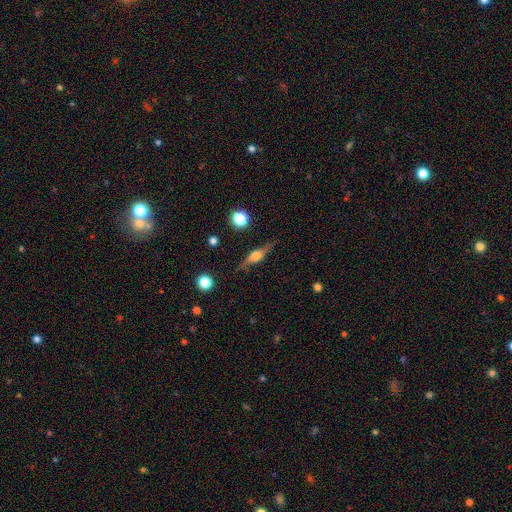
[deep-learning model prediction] Smooth or featured? Predicted: featured or disk (p=0.70). Edge-on disk? Predicted: yes (p=0.95). Edge-on bulge? Predicted: rounded (p=0.85). Merging? Predicted: none (p=0.83).